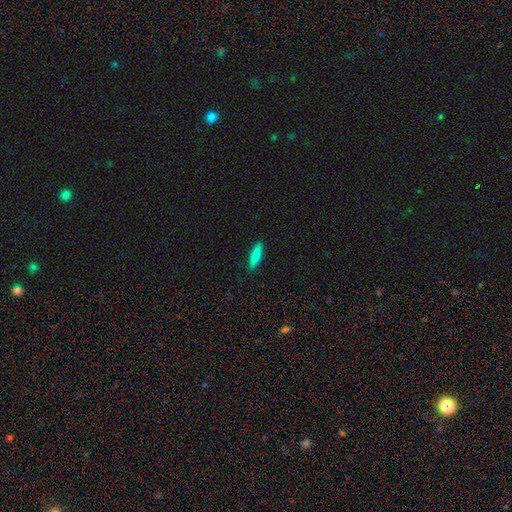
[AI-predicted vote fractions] Morphology: type=smooth (78%); roundness=cigar-shaped (77%); merging=none (89%).